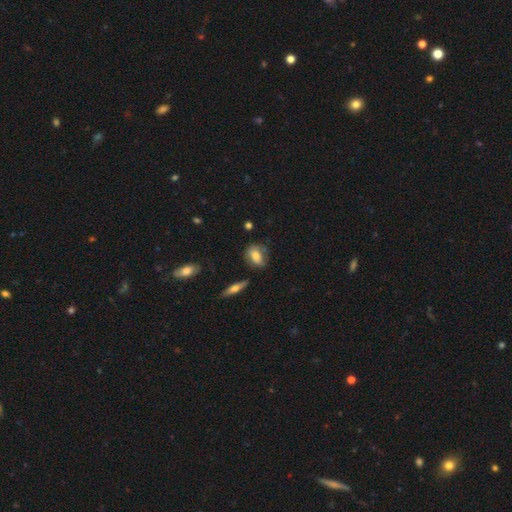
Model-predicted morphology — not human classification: type=smooth (64%); roundness=in between (72%); merging=none (62%).